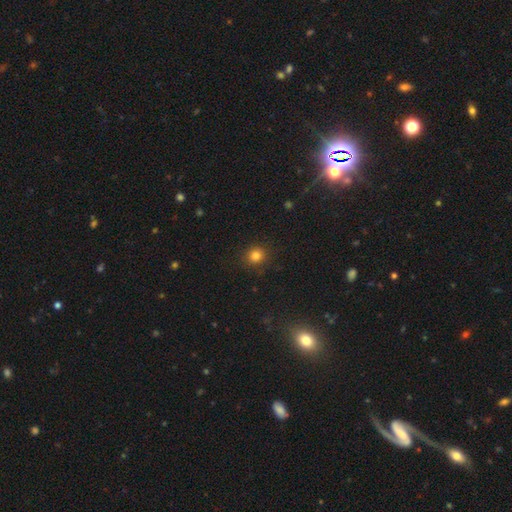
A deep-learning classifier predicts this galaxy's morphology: smooth_or_featured: smooth (p=0.82) [alt: star or artifact p=0.13]
how_rounded: round (p=0.86) [alt: in between p=0.13]
merging: none (p=0.88) [alt: minor disturbance p=0.08]